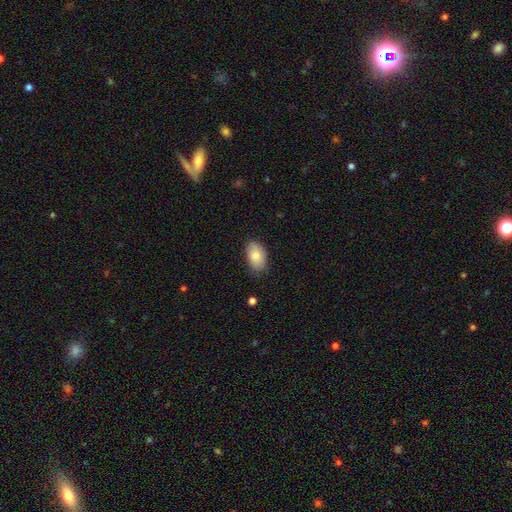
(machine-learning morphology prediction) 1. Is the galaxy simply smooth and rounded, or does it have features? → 80% smooth, 13% featured or disk, 7% star or artifact.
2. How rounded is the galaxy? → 92% in between, 6% round, 1% cigar-shaped.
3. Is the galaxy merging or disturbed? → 78% none, 18% minor disturbance, 3% major disturbance, 1% merger.